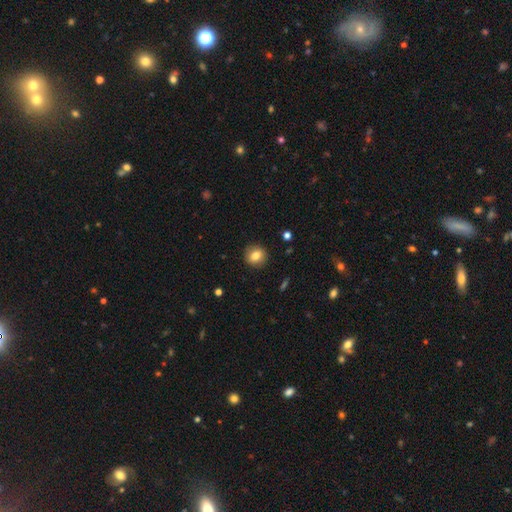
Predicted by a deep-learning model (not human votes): smooth 80%, featured or disk 11%, star or artifact 9%. Down the decision tree: how rounded — round (84%); merging — none (90%).